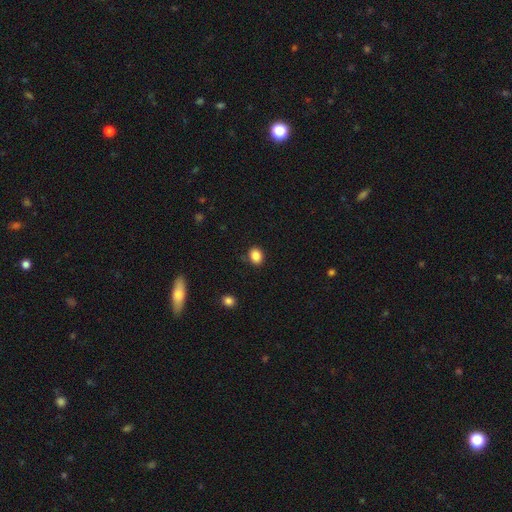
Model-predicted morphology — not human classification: smooth 86%, star or artifact 10%, featured or disk 4%. Down the decision tree: how rounded — in between (51%); merging — none (86%).